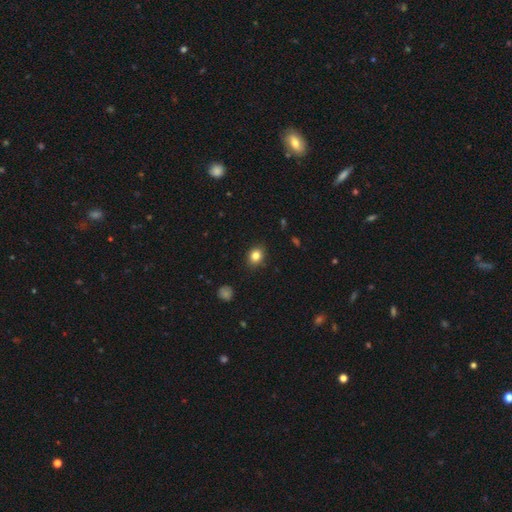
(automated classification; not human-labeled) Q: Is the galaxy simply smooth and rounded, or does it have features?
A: smooth — 83%.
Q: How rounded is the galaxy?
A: round — 57%.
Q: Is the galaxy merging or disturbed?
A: none — 87%.